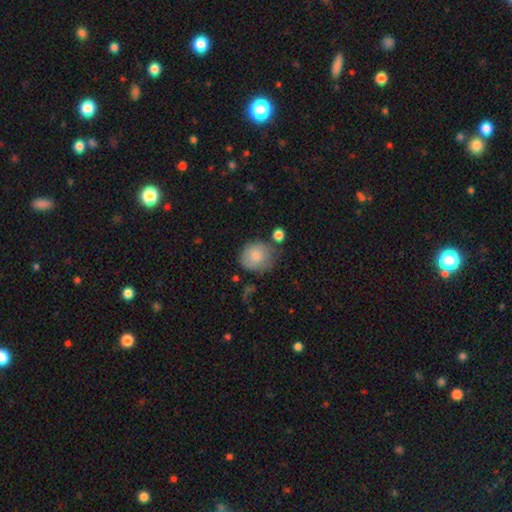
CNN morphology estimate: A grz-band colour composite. It shows a smooth galaxy with no disk features (80%) that is round (74%). Merging: none (58%).